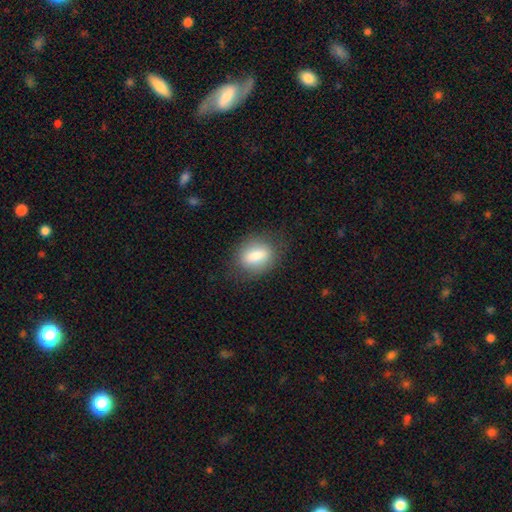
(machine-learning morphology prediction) smooth 76%, featured or disk 16%, star or artifact 8%. Down the decision tree: how rounded — in between (70%); merging — none (79%).